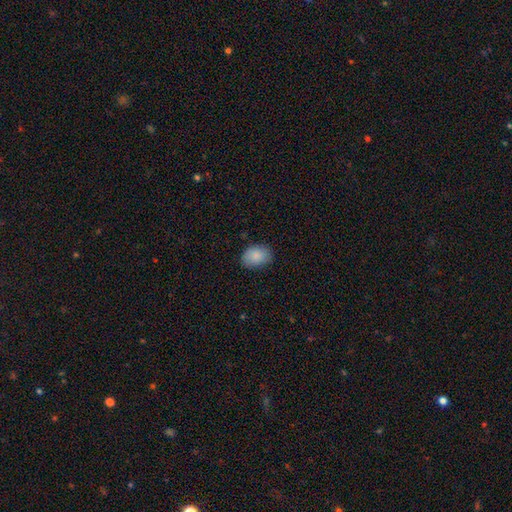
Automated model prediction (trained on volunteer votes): Q: Smooth or featured?
A: smooth (87%); runner-up: star or artifact (7%)
Q: How rounded?
A: in between (80%); runner-up: round (19%)
Q: Merging?
A: none (83%); runner-up: minor disturbance (13%)